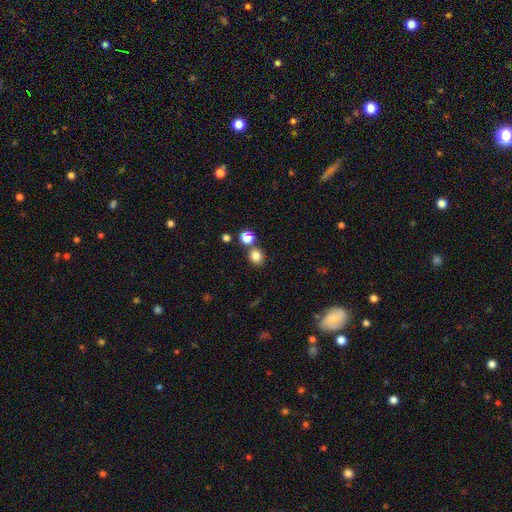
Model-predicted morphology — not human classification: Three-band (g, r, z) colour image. It shows a smooth galaxy with no disk features (80%) that is round (70%). Merging: none (72%).